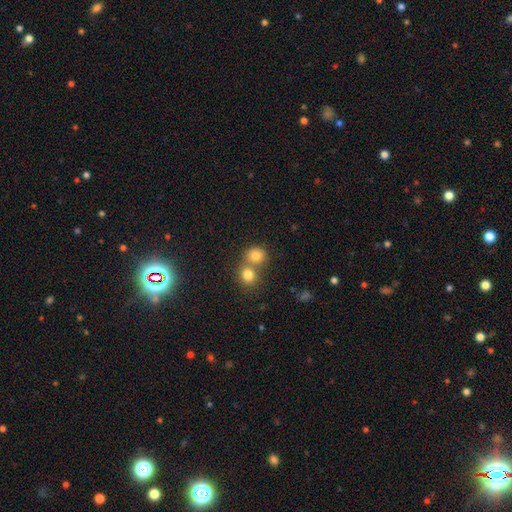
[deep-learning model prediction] The model was most divided on "merging": merger: 46%, none: 45%, minor disturbance: 7%, major disturbance: 3%. More confident: how rounded — round (80%); smooth or featured — smooth (79%).